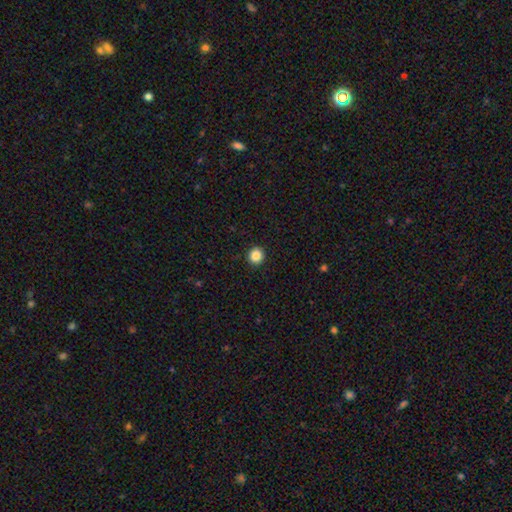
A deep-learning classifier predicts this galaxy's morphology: A smooth galaxy with no disk features (86%) that is round (91%). Merging: none (93%).